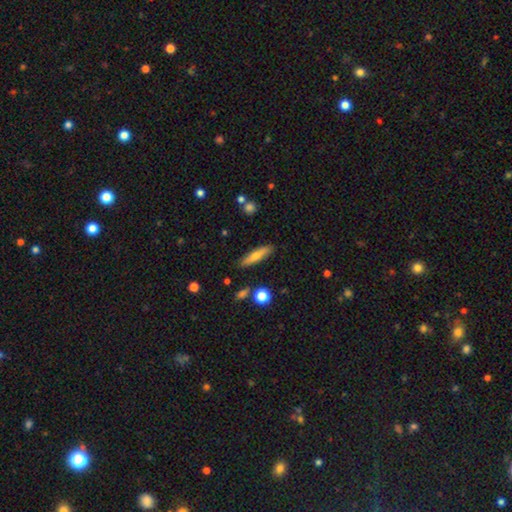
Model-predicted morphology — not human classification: Smooth or featured? smooth (59%)
How rounded? cigar-shaped (78%)
Merging? none (87%)